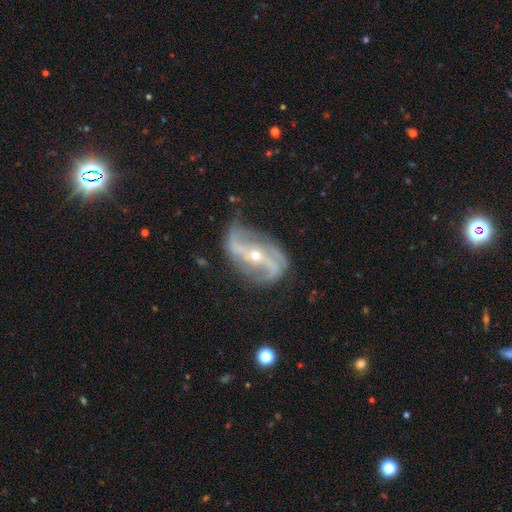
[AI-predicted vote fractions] Smooth or featured? featured or disk (89%)
Edge-on disk? no (95%)
Bar? strong (47%)
Spiral arms? yes (95%)
Spiral winding? loose (64%)
Spiral arm count? 2 (90%)
Bulge size? small (69%)
Merging? none (63%)